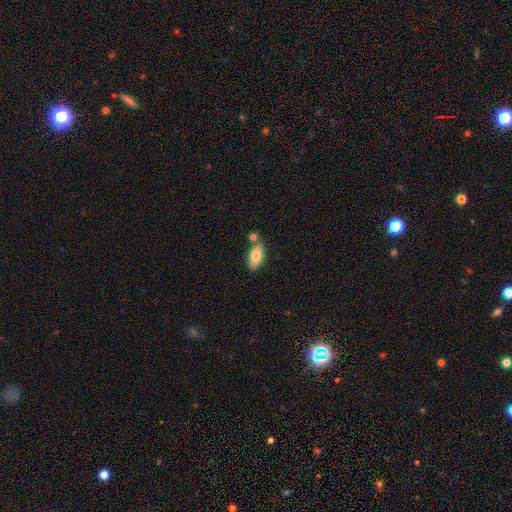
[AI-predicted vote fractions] Morphology: type=smooth (80%); roundness=in between (88%); merging=none (74%).